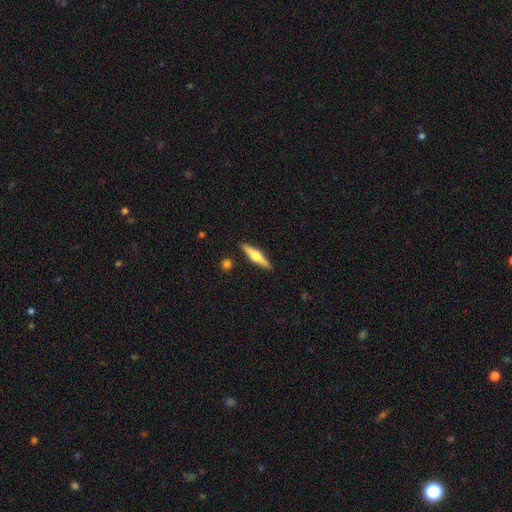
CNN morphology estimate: featured or disk 62%, smooth 32%, star or artifact 6%. Down the decision tree: edge-on disk — yes (97%); edge-on bulge — rounded (93%); merging — none (89%).